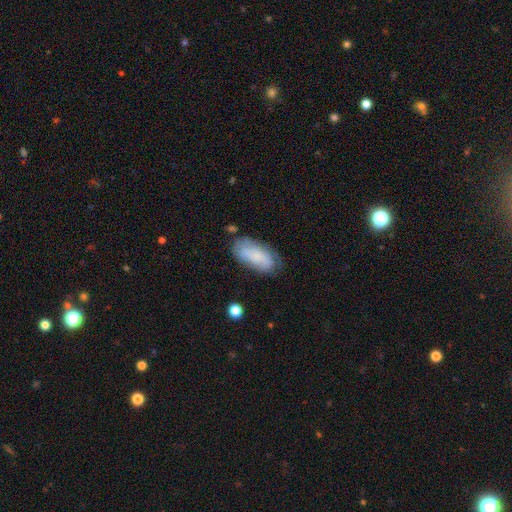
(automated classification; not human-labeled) This is likely a smooth galaxy (60%). How rounded: clearly in between (89%). Merging: likely none (63%).